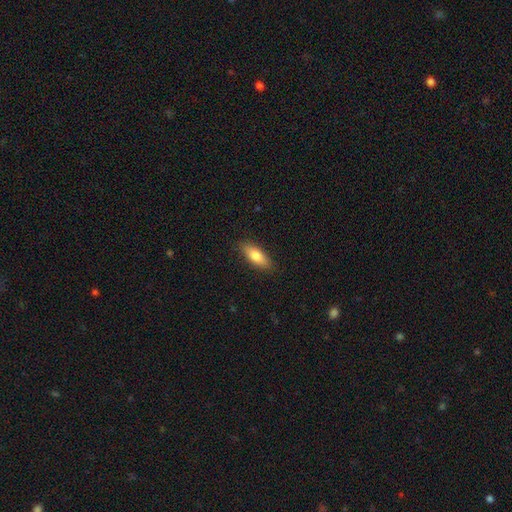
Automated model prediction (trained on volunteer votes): Smooth or featured: smooth — 78% (featured or disk — 15%)
How rounded: in between — 69% (cigar-shaped — 28%)
Merging: none — 87% (minor disturbance — 10%)